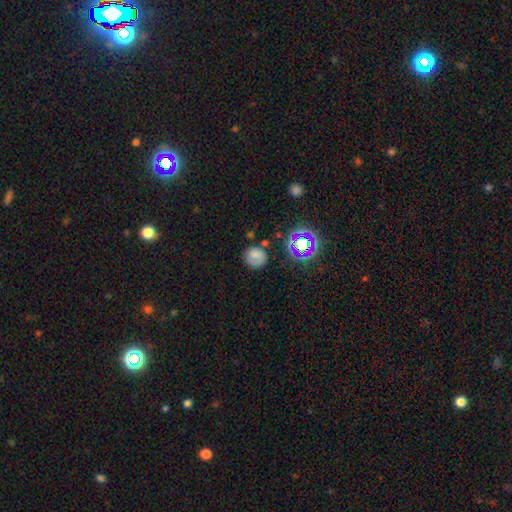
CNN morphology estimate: This is likely a smooth galaxy (68%). How rounded: likely round (79%). Merging: likely none (69%).